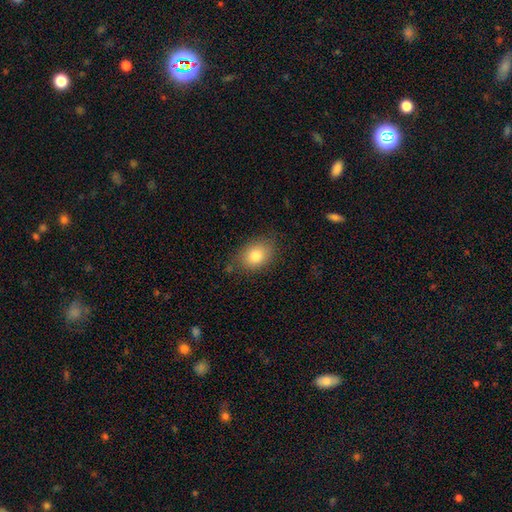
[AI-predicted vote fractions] Morphology: type=smooth (80%); roundness=in between (64%); merging=none (78%).